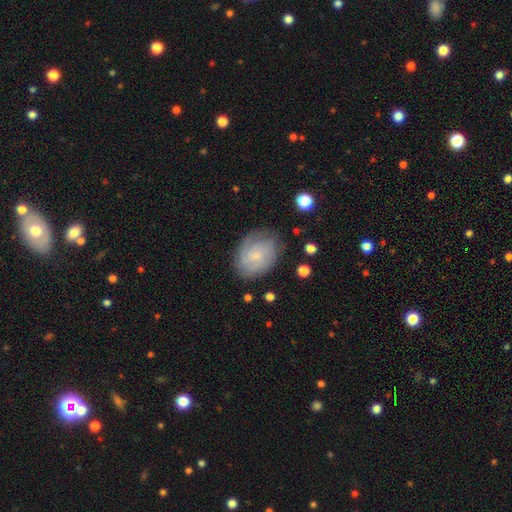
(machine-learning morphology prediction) Smooth or featured?
  - featured or disk: 50% *
  - smooth: 41%
  - star or artifact: 8%
Edge-on disk?
  - no: 97% *
  - yes: 3%
Merging?
  - none: 74% *
  - minor disturbance: 18%
  - major disturbance: 6%
  - merger: 1%